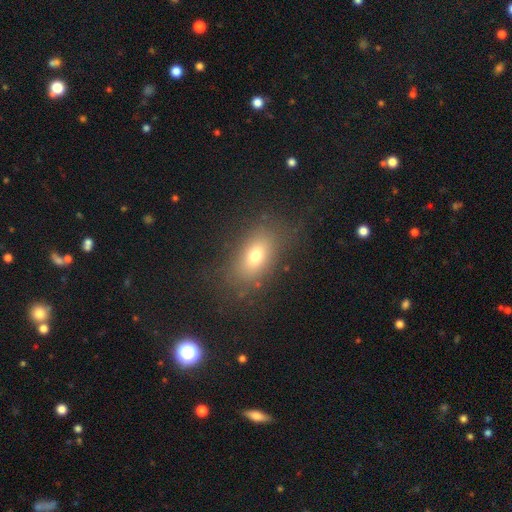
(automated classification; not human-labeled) smooth_or_featured: smooth (p=0.71) [alt: featured or disk p=0.16]
how_rounded: in between (p=0.81) [alt: round p=0.14]
merging: none (p=0.78) [alt: minor disturbance p=0.13]